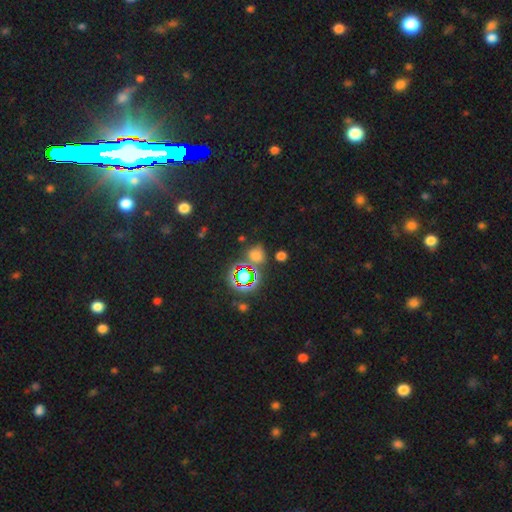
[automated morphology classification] type=smooth (54%); roundness=round (73%); merging=none (72%).